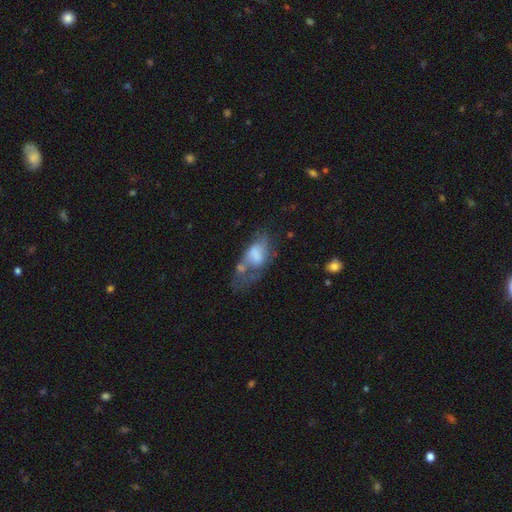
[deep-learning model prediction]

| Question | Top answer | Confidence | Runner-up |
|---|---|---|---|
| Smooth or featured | smooth | 52% | featured or disk (38%) |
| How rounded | in between | 88% | round (8%) |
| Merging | major disturbance | 44% | minor disturbance (19%) |